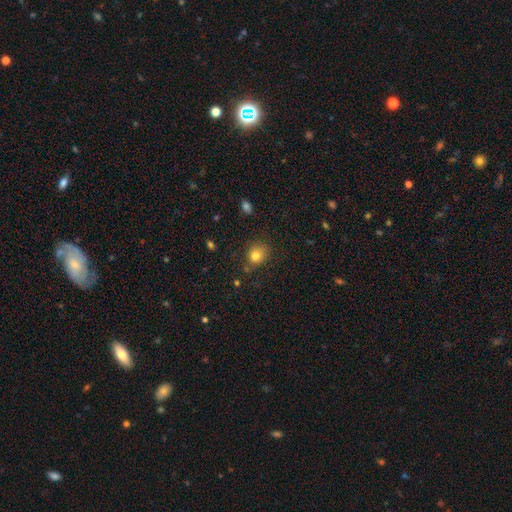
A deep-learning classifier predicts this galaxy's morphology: Smooth or featured? smooth (81%)
How rounded? round (64%)
Merging? none (69%)